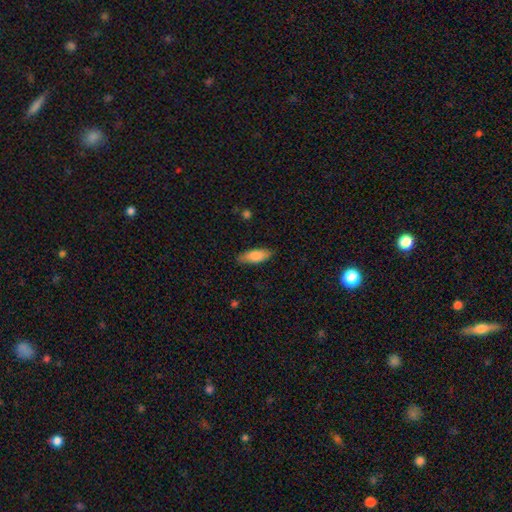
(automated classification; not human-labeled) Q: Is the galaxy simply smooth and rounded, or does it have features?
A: smooth — 83%.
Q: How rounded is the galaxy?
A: in between — 69%.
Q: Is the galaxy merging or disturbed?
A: none — 83%.